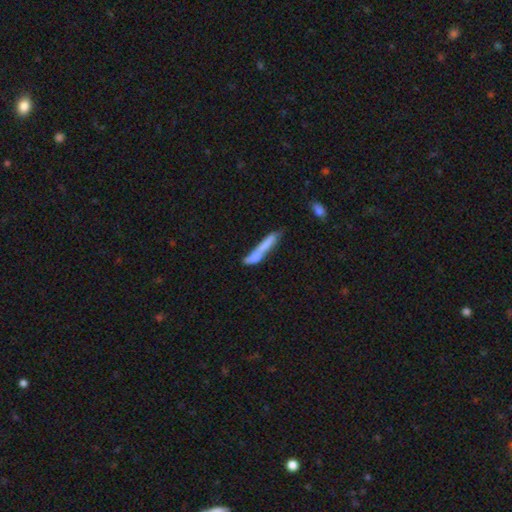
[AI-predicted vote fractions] A smooth galaxy with no disk features (64%) that is cigar-shaped (85%). Merging: merger (37%).